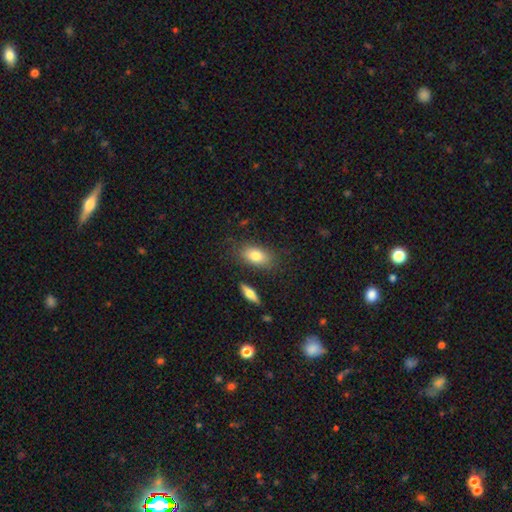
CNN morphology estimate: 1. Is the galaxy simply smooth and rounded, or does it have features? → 79% smooth, 13% featured or disk, 8% star or artifact.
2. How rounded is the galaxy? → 87% in between, 7% round, 5% cigar-shaped.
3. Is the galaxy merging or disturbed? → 77% none, 14% minor disturbance, 4% merger, 4% major disturbance.